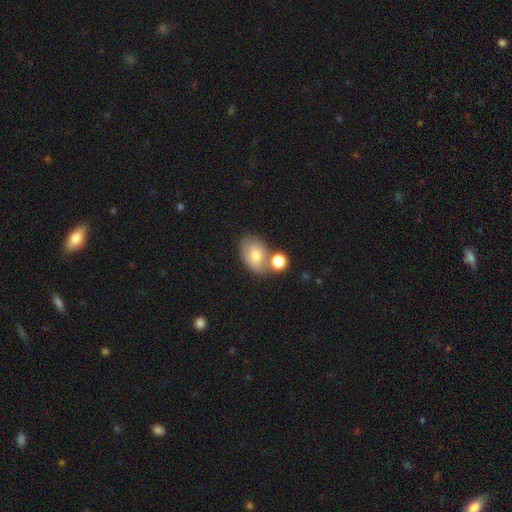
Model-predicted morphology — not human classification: smooth 73%, featured or disk 19%, star or artifact 8%. Down the decision tree: how rounded — in between (76%); merging — none (50%).